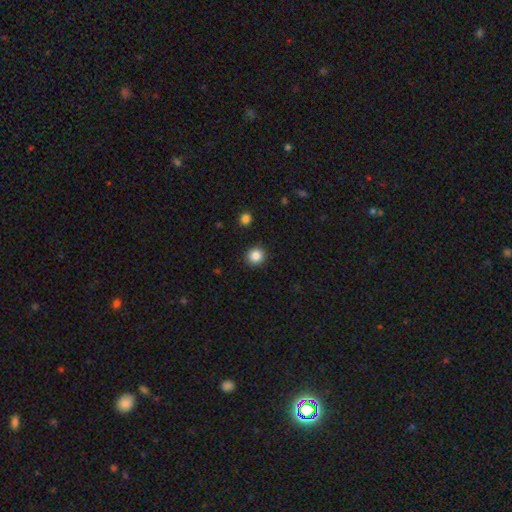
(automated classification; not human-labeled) Smooth or featured? Predicted: smooth (p=0.86). How rounded? Predicted: round (p=0.91). Merging? Predicted: none (p=0.92).